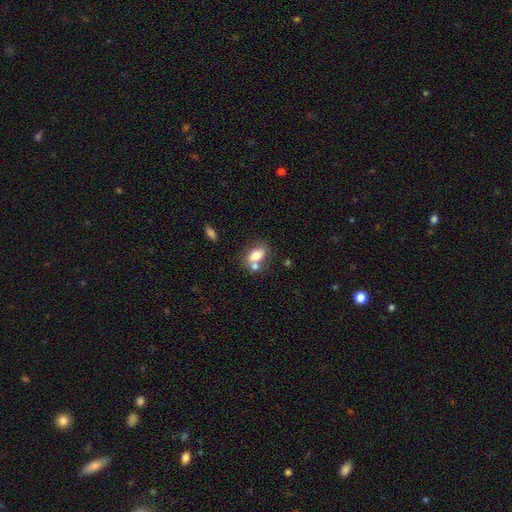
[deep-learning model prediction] A smooth galaxy with no disk features (71%) that is in between round and cigar-shaped (79%).

Vote fractions:
- Smooth or featured? smooth: 71% / featured or disk: 20% / star or artifact: 9%
- How rounded? in between: 79% / round: 18% / cigar-shaped: 2%
- Merging? merger: 42% / none: 38% / minor disturbance: 13% / major disturbance: 6%